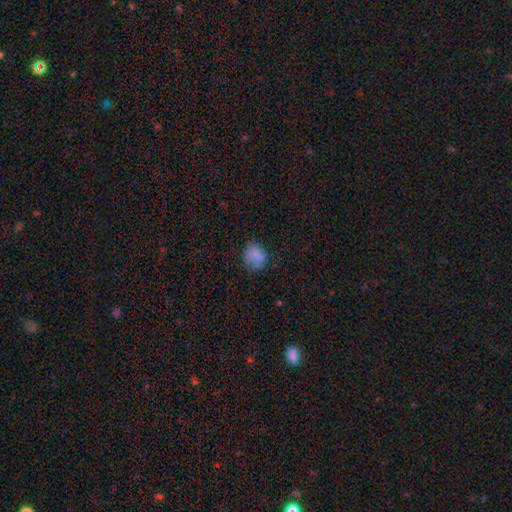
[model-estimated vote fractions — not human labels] smooth-or-featured: smooth: 78% | star or artifact: 12% | featured or disk: 10%
  how-rounded: round: 61% | in between: 38% | cigar-shaped: 1%
  merging: none: 63% | minor disturbance: 25% | major disturbance: 11% | merger: 2%